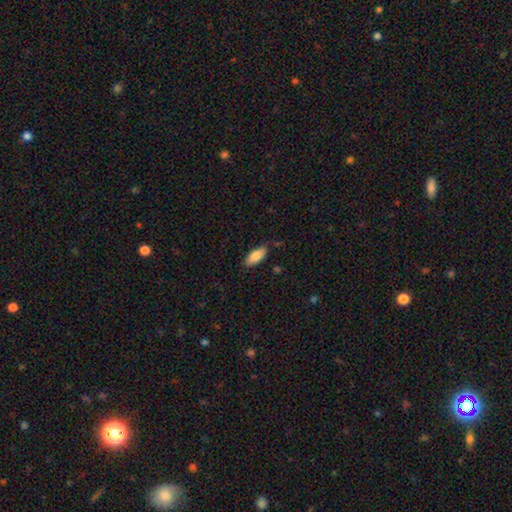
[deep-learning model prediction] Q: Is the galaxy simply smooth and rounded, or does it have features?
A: smooth — 84%.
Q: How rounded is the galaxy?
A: in between — 83%.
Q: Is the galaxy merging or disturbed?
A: none — 80%.